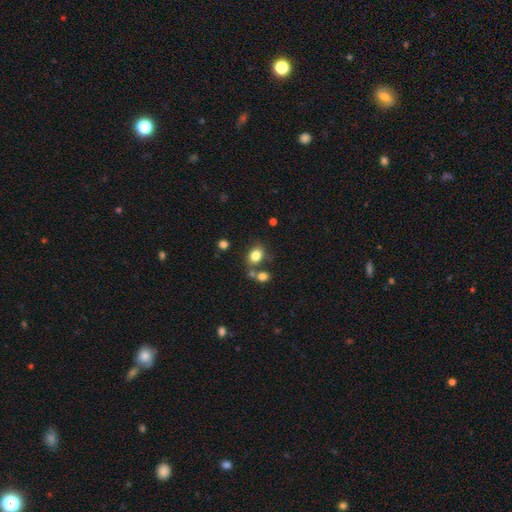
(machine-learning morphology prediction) Smooth or featured?
  - smooth: 82% *
  - star or artifact: 11%
  - featured or disk: 7%
How rounded?
  - in between: 52% *
  - round: 47%
  - cigar-shaped: 1%
Merging?
  - none: 64% *
  - merger: 19%
  - minor disturbance: 13%
  - major disturbance: 5%